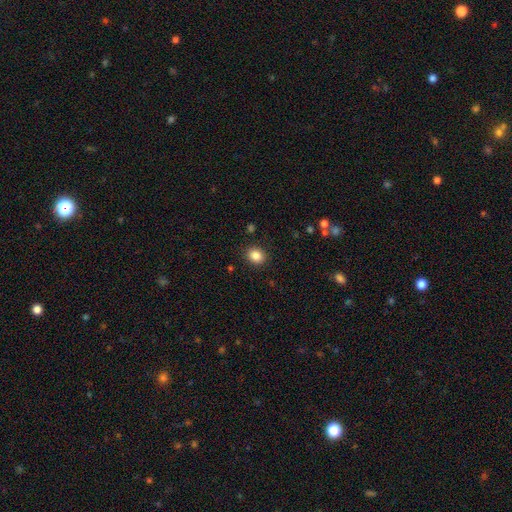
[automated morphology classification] smooth 85%, star or artifact 10%, featured or disk 5%. Down the decision tree: how rounded — round (68%); merging — none (90%).